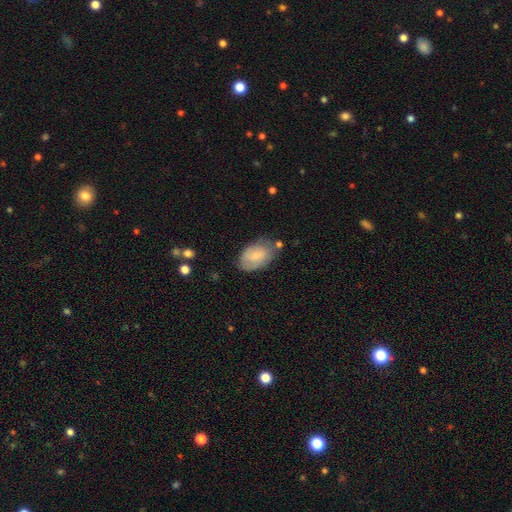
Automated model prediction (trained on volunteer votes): Smooth or featured? smooth (65%)
How rounded? in between (91%)
Merging? none (61%)